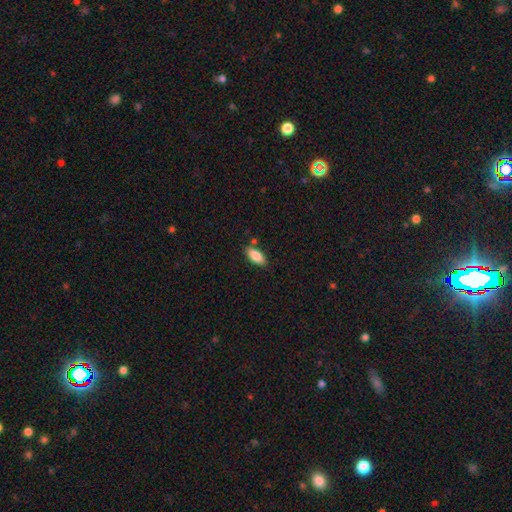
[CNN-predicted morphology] Overall: smooth (86%). How rounded: in between (87%). Merging: none (80%).